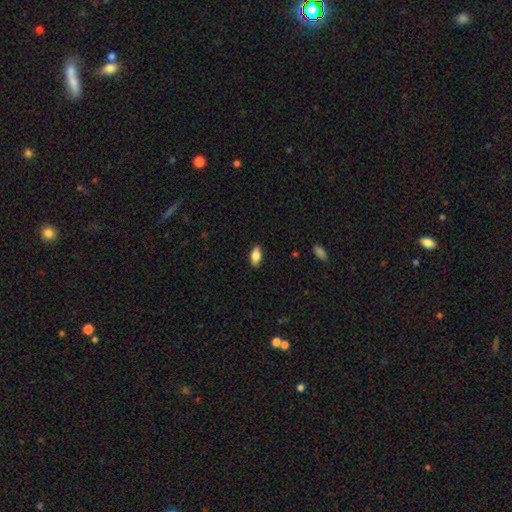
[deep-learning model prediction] The model was most divided on "smooth or featured": smooth: 84%, featured or disk: 9%, star or artifact: 7%. More confident: how rounded — in between (90%); merging — none (88%).